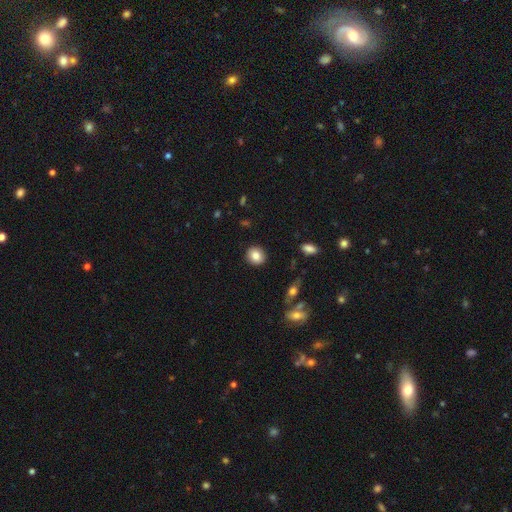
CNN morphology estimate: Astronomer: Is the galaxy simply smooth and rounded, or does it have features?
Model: smooth — 83%.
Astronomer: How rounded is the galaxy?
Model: round — 81%.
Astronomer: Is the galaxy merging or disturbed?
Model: none — 91%.